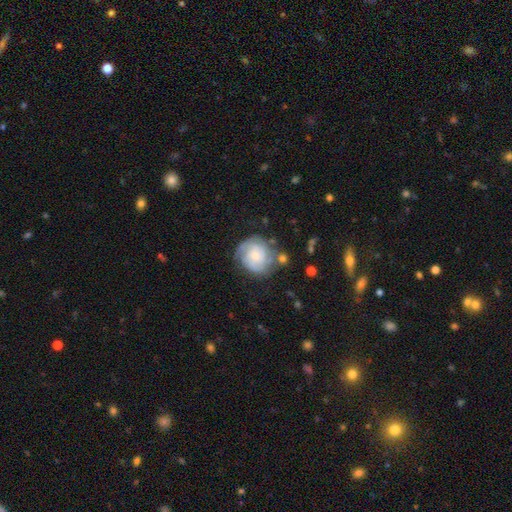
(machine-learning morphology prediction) Overall: featured or disk (69%). Edge-on disk: no (98%). Bar: no (71%). Spiral arms: yes (90%). Spiral arm count: 2 (38%; can't tell 31%). Spiral winding: tight (58%; medium 32%). Bulge size: small (56%; moderate 31%). Merging: none (62%; minor disturbance 22%).